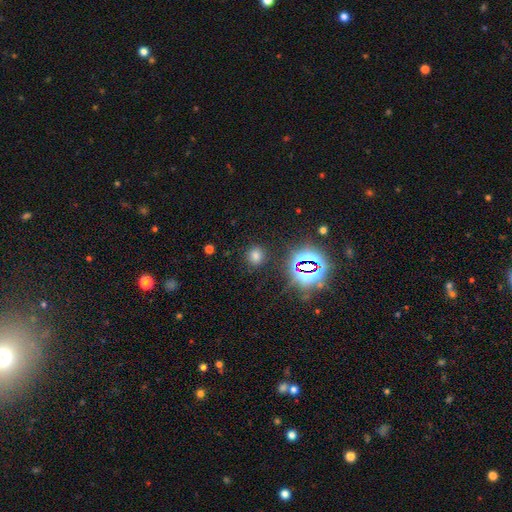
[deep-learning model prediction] Morphology: type=smooth (67%); roundness=round (82%); merging=none (86%).